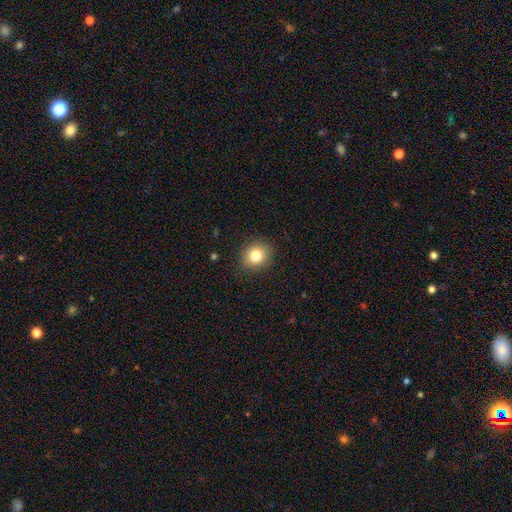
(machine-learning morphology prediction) Smooth or featured?
  - smooth: 81% *
  - star or artifact: 11%
  - featured or disk: 9%
How rounded?
  - round: 68% *
  - in between: 31%
  - cigar-shaped: 1%
Merging?
  - none: 88% *
  - minor disturbance: 9%
  - major disturbance: 2%
  - merger: 1%